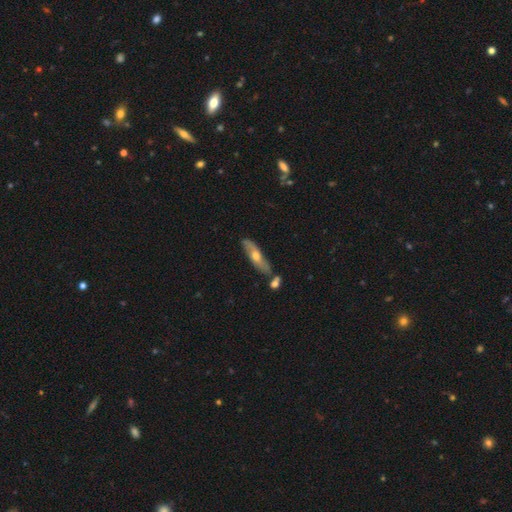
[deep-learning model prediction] smooth_or_featured: featured or disk (p=0.53) [alt: smooth p=0.40]
disk_edge_on: yes (p=0.54) [alt: no p=0.46]
merging: none (p=0.74) [alt: minor disturbance p=0.14]